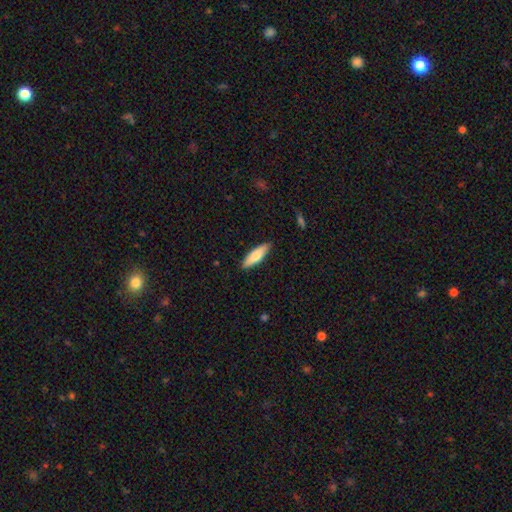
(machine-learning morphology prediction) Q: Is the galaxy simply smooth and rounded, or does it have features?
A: smooth — 71%.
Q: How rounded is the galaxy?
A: cigar-shaped — 55%.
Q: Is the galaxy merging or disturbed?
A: none — 88%.